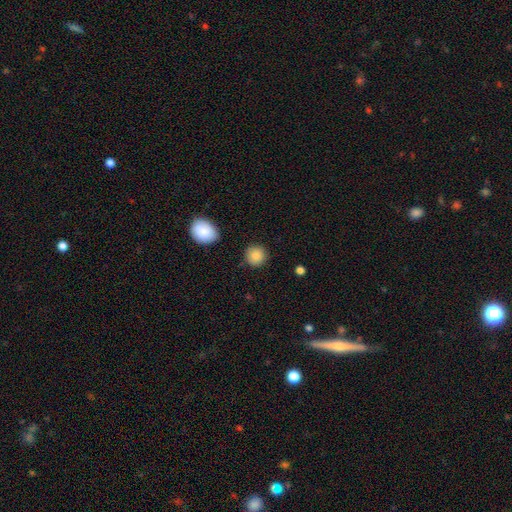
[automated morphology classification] Overall: smooth (88%). How rounded: round (92%). Merging: none (88%).